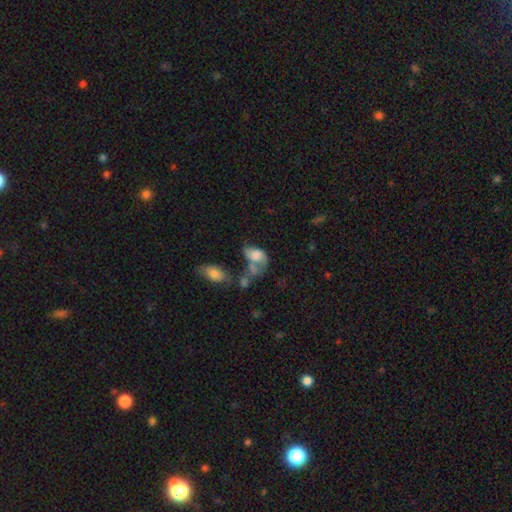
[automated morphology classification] Smooth or featured?
  - smooth: 63% *
  - featured or disk: 27%
  - star or artifact: 10%
How rounded?
  - in between: 81% *
  - round: 17%
  - cigar-shaped: 2%
Merging?
  - merger: 40% *
  - major disturbance: 27%
  - none: 17%
  - minor disturbance: 15%